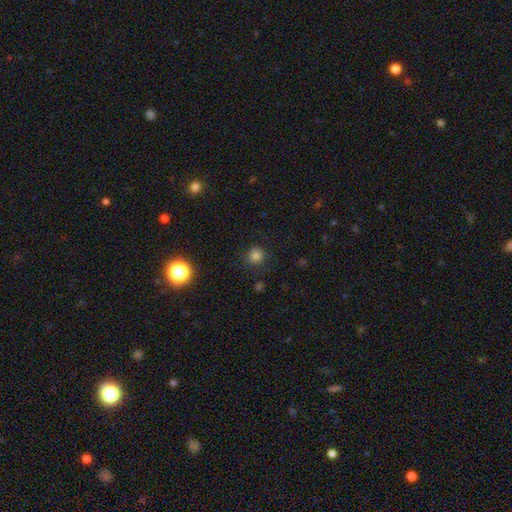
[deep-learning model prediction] A smooth galaxy with no disk features (81%) that is round (93%).

Vote fractions:
- Smooth or featured? smooth: 81% / star or artifact: 16% / featured or disk: 4%
- How rounded? round: 93% / in between: 6% / cigar-shaped: 1%
- Merging? none: 87% / minor disturbance: 9% / major disturbance: 3% / merger: 1%